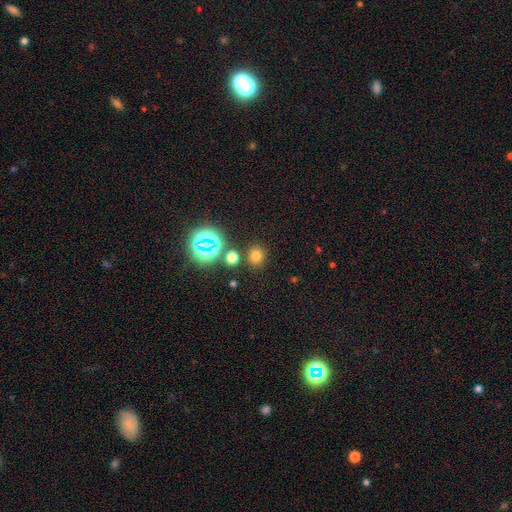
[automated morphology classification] A smooth galaxy with no disk features (67%) that is round (87%). Merging: none (83%).